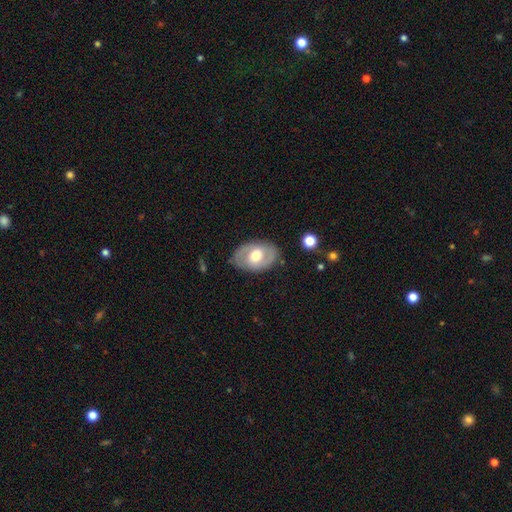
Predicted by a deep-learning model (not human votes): featured or disk 57%, smooth 37%, star or artifact 6%. Down the decision tree: edge-on disk — no (93%); bar — no (56%); spiral arms — no (52%); bulge size — moderate (69%); merging — none (78%).